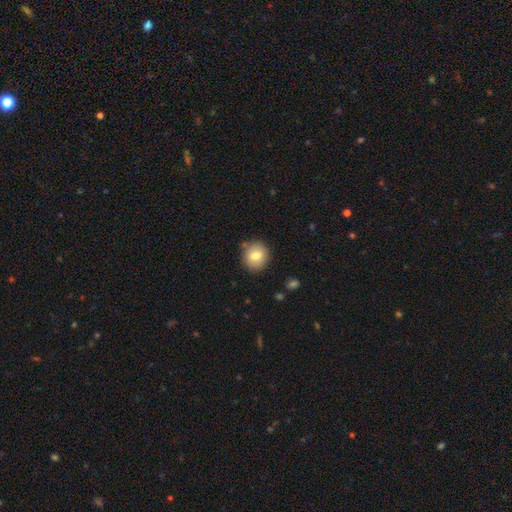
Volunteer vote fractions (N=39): Q: Smooth or featured?
A: smooth (69%); runner-up: featured or disk (23%)
Q: How rounded?
A: round (85%); runner-up: in between (15%)
Q: Merging?
A: none (81%); runner-up: minor disturbance (14%)